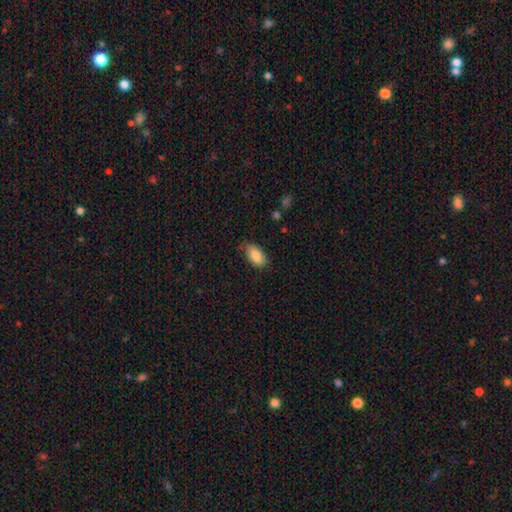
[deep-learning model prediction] The model was most divided on "merging": none: 76%, minor disturbance: 19%, major disturbance: 3%, merger: 1%. More confident: how rounded — in between (92%); smooth or featured — smooth (87%).